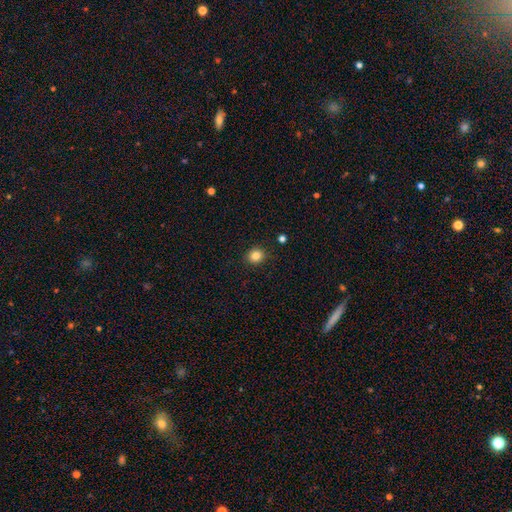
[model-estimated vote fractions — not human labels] smooth-or-featured: smooth: 84% | star or artifact: 11% | featured or disk: 5%
  how-rounded: round: 79% | in between: 21% | cigar-shaped: 1%
  merging: none: 89% | minor disturbance: 8% | major disturbance: 2% | merger: 1%